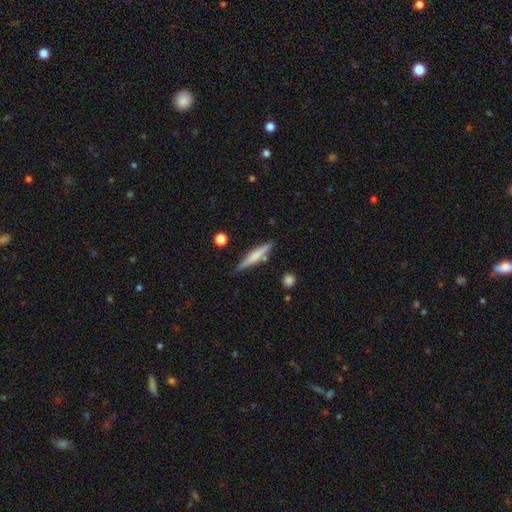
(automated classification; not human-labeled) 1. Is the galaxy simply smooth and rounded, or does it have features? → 55% smooth, 38% featured or disk, 6% star or artifact.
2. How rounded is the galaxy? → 90% cigar-shaped, 8% in between, 2% round.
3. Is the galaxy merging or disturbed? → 81% none, 12% minor disturbance, 5% merger, 2% major disturbance.